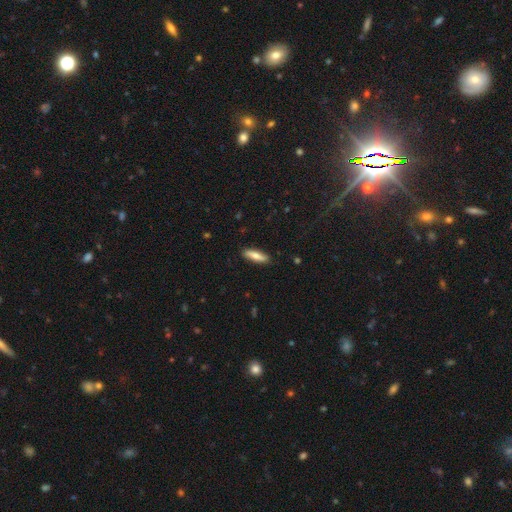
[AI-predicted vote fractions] This is likely a smooth galaxy (71%). How rounded: likely cigar-shaped (67%). Merging: clearly none (88%).